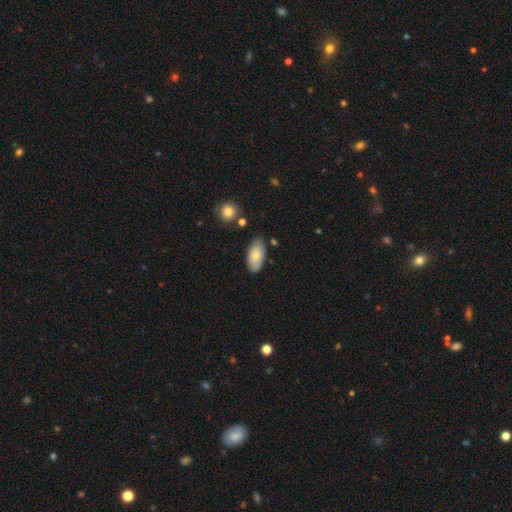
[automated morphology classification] smooth_or_featured: smooth (p=0.77) [alt: featured or disk p=0.17]
how_rounded: in between (p=0.93) [alt: cigar-shaped p=0.05]
merging: none (p=0.75) [alt: minor disturbance p=0.18]